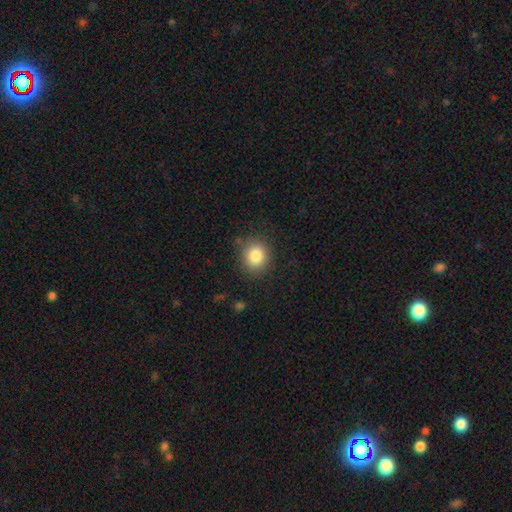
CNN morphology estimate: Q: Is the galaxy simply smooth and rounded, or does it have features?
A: smooth — 84%.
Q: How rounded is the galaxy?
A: round — 78%.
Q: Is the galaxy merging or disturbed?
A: none — 86%.